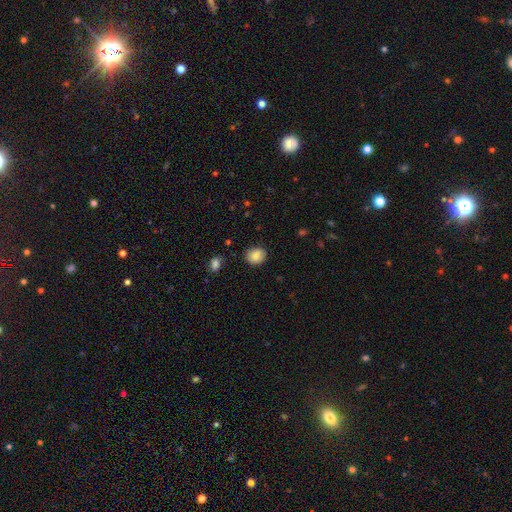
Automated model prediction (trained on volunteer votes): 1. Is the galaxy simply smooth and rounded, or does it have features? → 86% smooth, 9% star or artifact, 5% featured or disk.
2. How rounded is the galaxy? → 67% round, 32% in between, 1% cigar-shaped.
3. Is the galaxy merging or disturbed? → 85% none, 11% minor disturbance, 3% major disturbance, 2% merger.